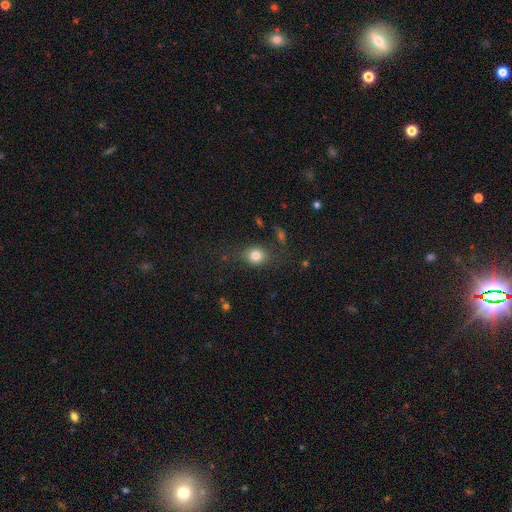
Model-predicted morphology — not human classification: smooth 80%, star or artifact 11%, featured or disk 9%. Down the decision tree: how rounded — round (66%); merging — none (73%).